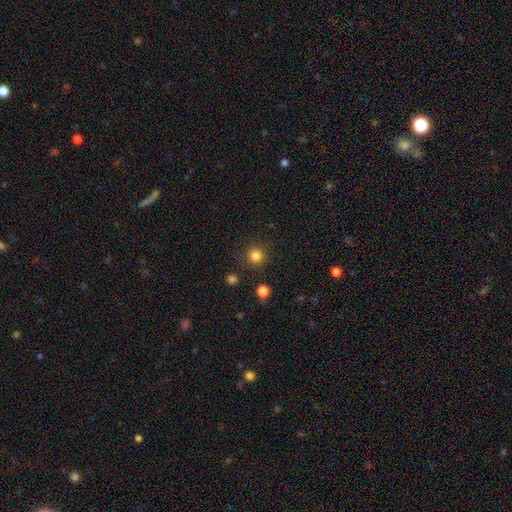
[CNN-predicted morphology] The model was most divided on "smooth or featured": smooth: 83%, star or artifact: 13%, featured or disk: 4%. More confident: how rounded — round (95%); merging — none (89%).